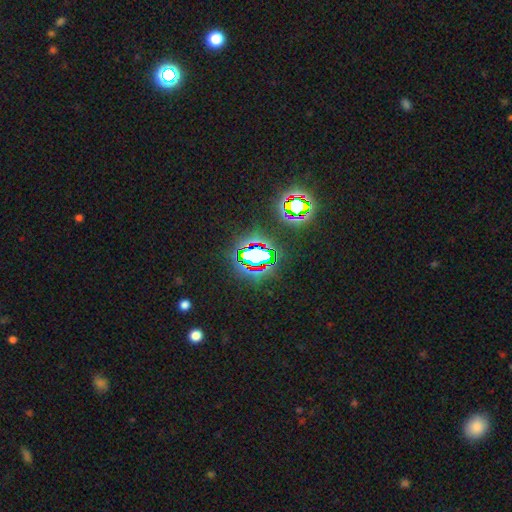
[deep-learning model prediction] Smooth or featured? Predicted: star or artifact (p=0.64).